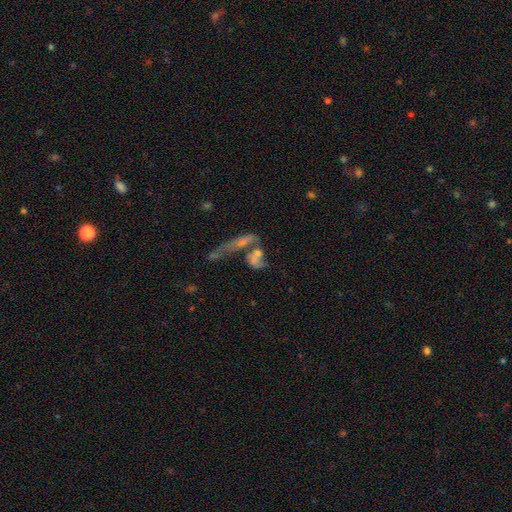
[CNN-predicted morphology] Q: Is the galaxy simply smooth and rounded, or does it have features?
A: featured or disk — 42%, tied with smooth.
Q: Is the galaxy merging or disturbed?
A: merger — 57%.